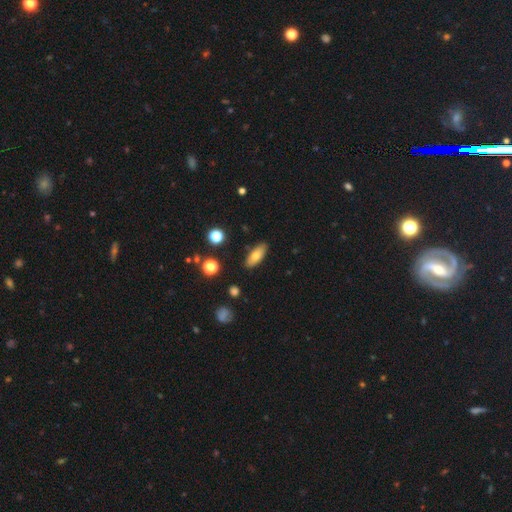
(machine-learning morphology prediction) A smooth galaxy with no disk features (72%) that is in between round and cigar-shaped (79%). Merging: none (85%).